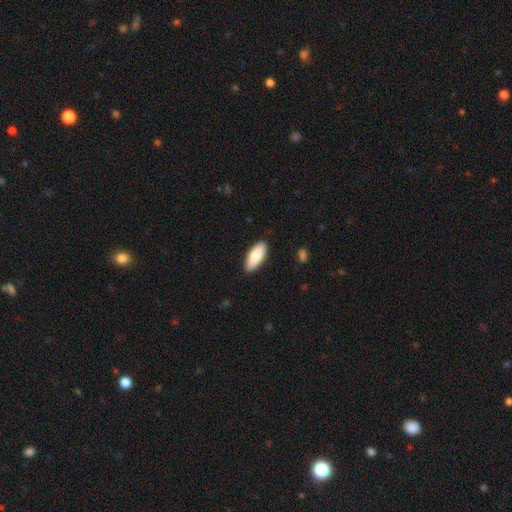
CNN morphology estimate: Smooth or featured? Predicted: smooth (p=0.83). How rounded? Predicted: in between (p=0.81). Merging? Predicted: none (p=0.88).